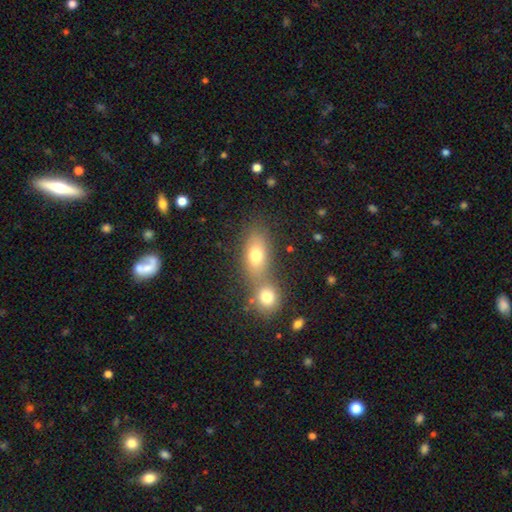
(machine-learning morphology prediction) Overall: smooth (74%). How rounded: in between (73%). Merging: merger (49%; none 39%).